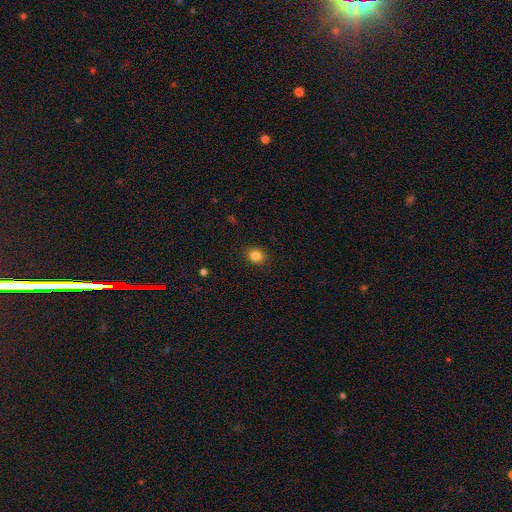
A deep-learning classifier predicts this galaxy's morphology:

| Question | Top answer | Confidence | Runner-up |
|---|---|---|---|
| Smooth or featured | smooth | 84% | star or artifact (12%) |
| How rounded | round | 66% | in between (33%) |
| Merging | none | 90% | minor disturbance (7%) |